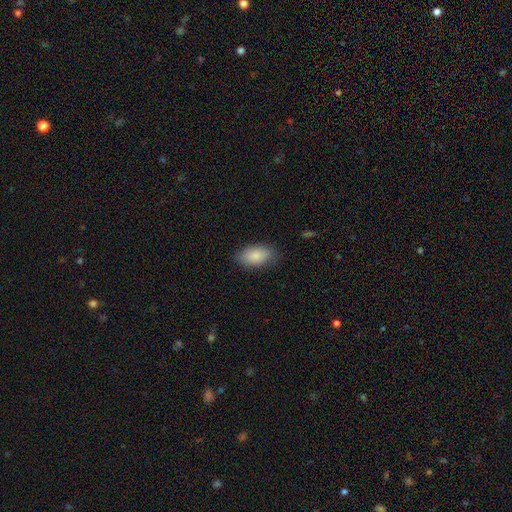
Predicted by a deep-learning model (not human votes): smooth-or-featured: smooth: 87% | featured or disk: 7% | star or artifact: 6%
  how-rounded: in between: 93% | round: 4% | cigar-shaped: 3%
  merging: none: 81% | minor disturbance: 15% | major disturbance: 3% | merger: 1%